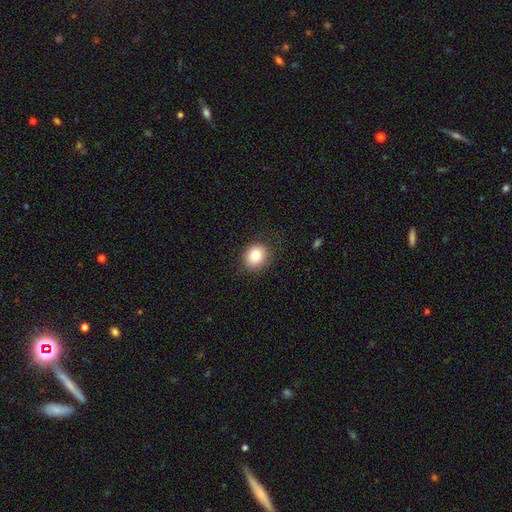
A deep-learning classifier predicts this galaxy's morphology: smooth 82%, star or artifact 10%, featured or disk 8%. Down the decision tree: how rounded — round (73%); merging — none (85%).